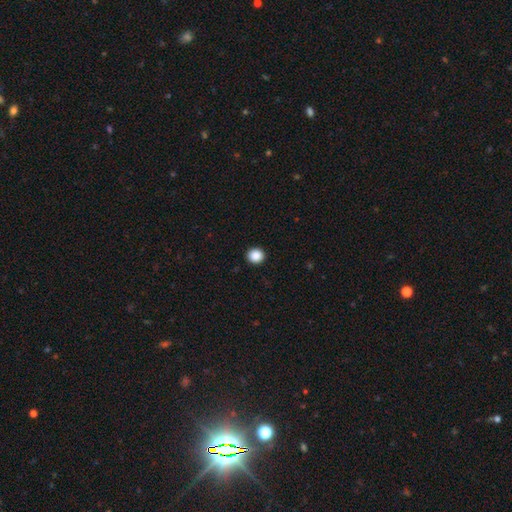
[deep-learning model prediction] Morphology: type=smooth (88%); roundness=round (90%); merging=none (93%).